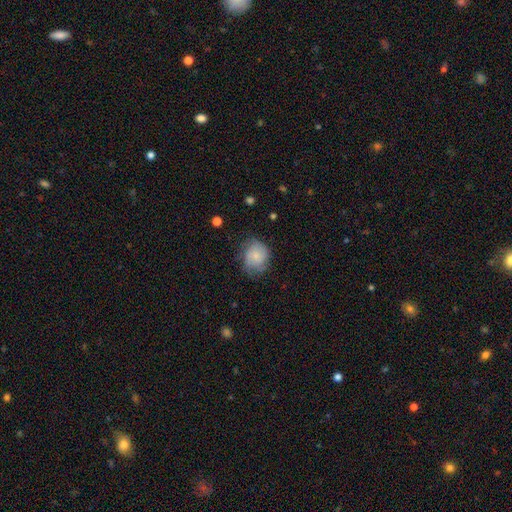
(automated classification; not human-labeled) Smooth or featured: smooth — 62% (featured or disk — 30%)
How rounded: round — 69% (in between — 30%)
Merging: none — 60% (minor disturbance — 28%)